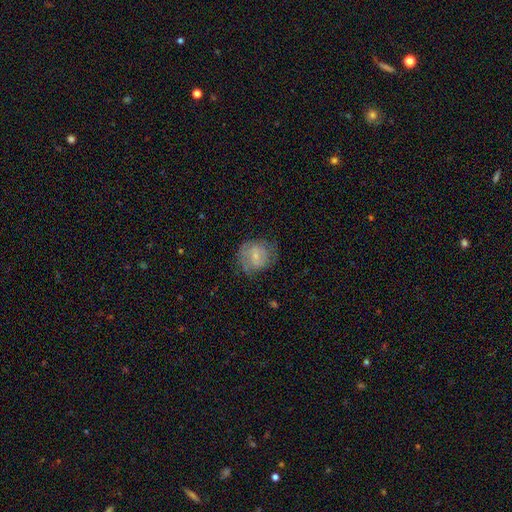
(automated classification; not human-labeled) smooth 48%, featured or disk 44%, star or artifact 8%. Down the decision tree: merging — none (62%).